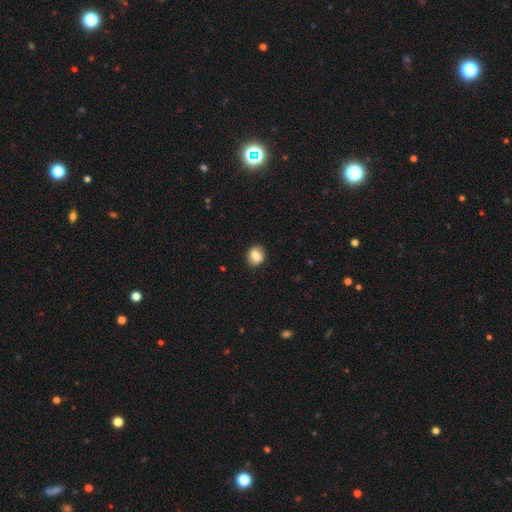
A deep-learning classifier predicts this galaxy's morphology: smooth-or-featured: smooth: 73% | featured or disk: 18% | star or artifact: 9%
  how-rounded: round: 63% | in between: 35% | cigar-shaped: 1%
  merging: none: 86% | minor disturbance: 10% | major disturbance: 3% | merger: 1%